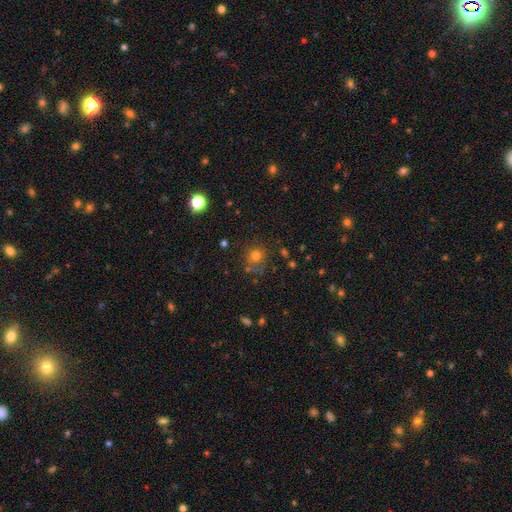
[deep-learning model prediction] smooth_or_featured: smooth (p=0.69) [alt: star or artifact p=0.17]
how_rounded: round (p=0.85) [alt: in between p=0.14]
merging: none (p=0.63) [alt: minor disturbance p=0.18]